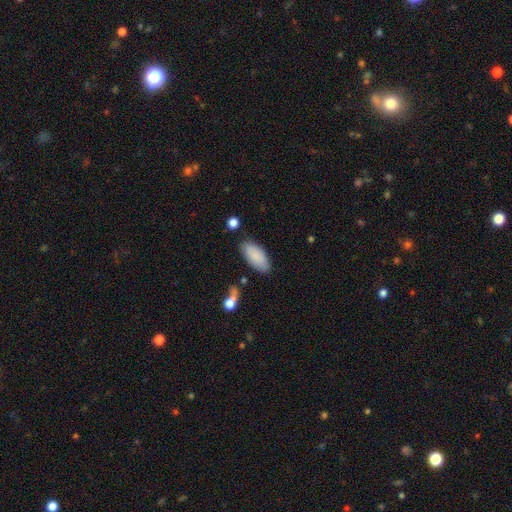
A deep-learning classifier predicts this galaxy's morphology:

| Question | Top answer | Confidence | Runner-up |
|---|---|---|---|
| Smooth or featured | smooth | 85% | featured or disk (9%) |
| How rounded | in between | 90% | cigar-shaped (8%) |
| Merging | none | 79% | minor disturbance (14%) |